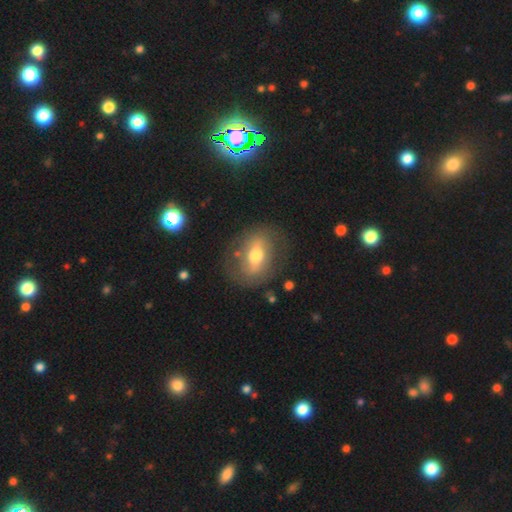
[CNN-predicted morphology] This is possibly a featured or disk galaxy (58%). It is clearly not viewed edge-on (87%). Bar: possibly strong (47%). Spiral arm pattern: likely no (63%). Central bulge: likely moderate (70%). Merging: likely none (76%).